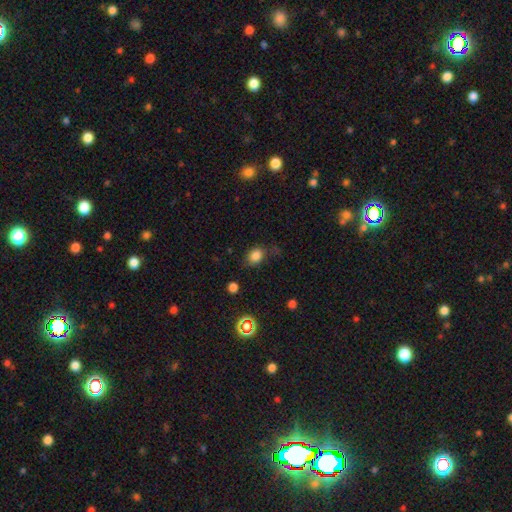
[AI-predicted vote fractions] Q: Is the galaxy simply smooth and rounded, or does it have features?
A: smooth — 82%.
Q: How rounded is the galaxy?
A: in between — 53%.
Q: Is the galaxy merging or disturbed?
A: none — 67%.